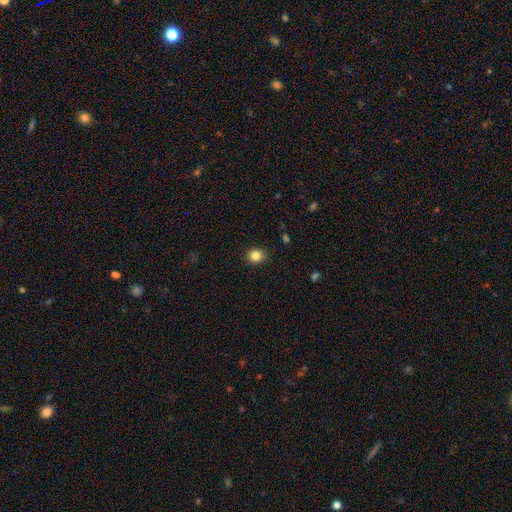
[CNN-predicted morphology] Overall: smooth (83%). How rounded: round (73%). Merging: none (90%).